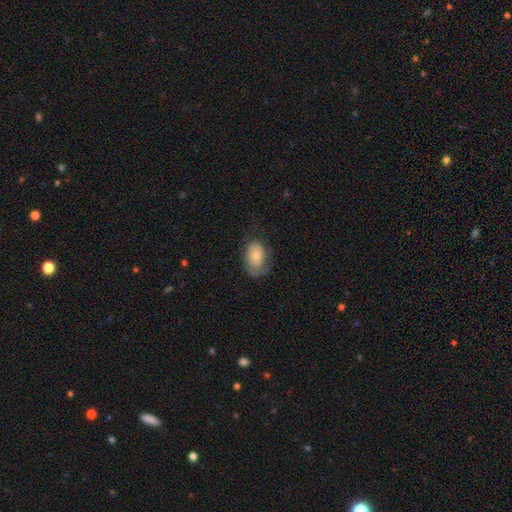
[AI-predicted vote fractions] smooth_or_featured: smooth (p=0.69) [alt: featured or disk p=0.25]
how_rounded: in between (p=0.86) [alt: round p=0.13]
merging: none (p=0.54) [alt: minor disturbance p=0.29]